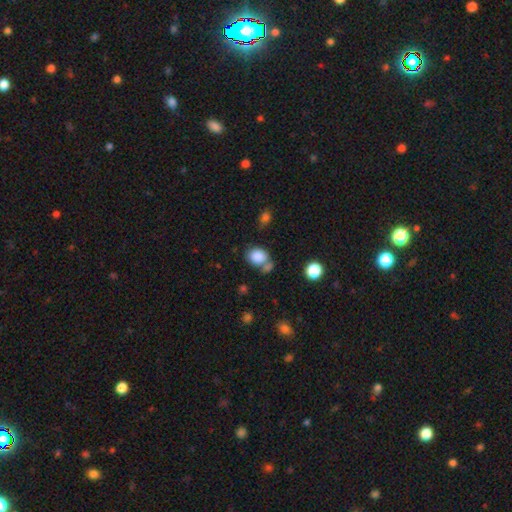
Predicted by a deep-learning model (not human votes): smooth_or_featured: smooth (p=0.85) [alt: star or artifact p=0.09]
how_rounded: round (p=0.58) [alt: in between p=0.41]
merging: none (p=0.52) [alt: merger p=0.28]